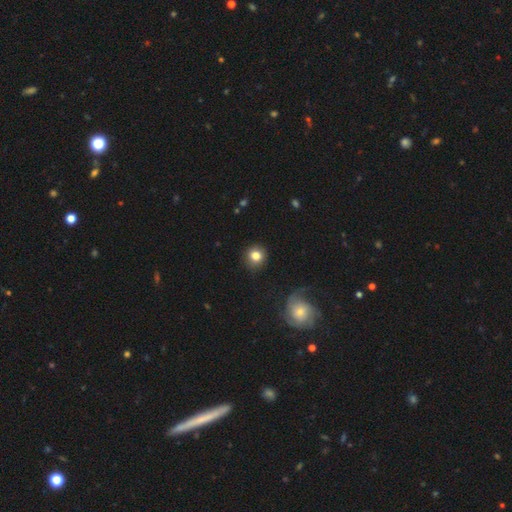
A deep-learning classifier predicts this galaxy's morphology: This appears to be a smooth galaxy with no disk features (82%) that is round (90%). Merging: none (87%).